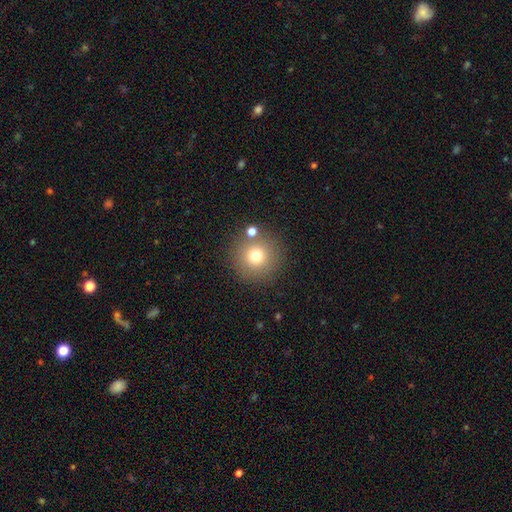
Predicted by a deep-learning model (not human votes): smooth 74%, star or artifact 14%, featured or disk 12%. Down the decision tree: how rounded — round (95%); merging — none (82%).